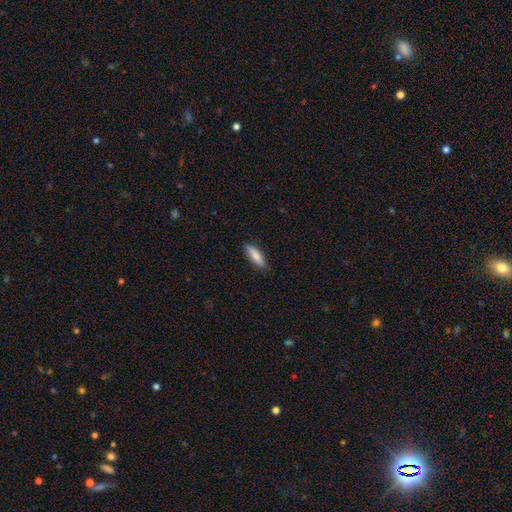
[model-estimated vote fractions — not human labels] smooth_or_featured: smooth (p=0.80) [alt: featured or disk p=0.14]
how_rounded: cigar-shaped (p=0.51) [alt: in between p=0.47]
merging: none (p=0.86) [alt: minor disturbance p=0.11]